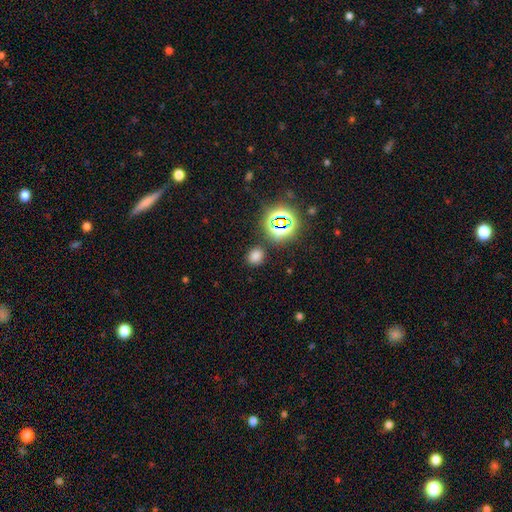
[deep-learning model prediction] Smooth or featured? Predicted: smooth (p=0.70). How rounded? Predicted: round (p=0.68). Merging? Predicted: none (p=0.83).